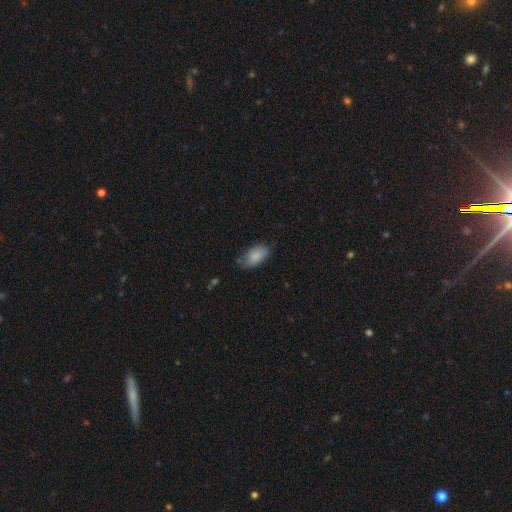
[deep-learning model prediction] Smooth or featured? smooth (85%)
How rounded? in between (93%)
Merging? none (66%)